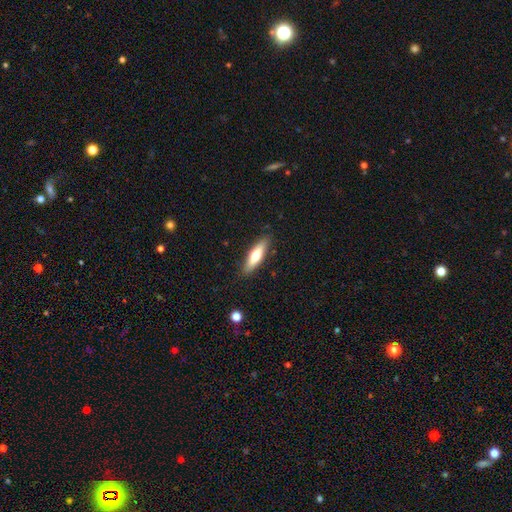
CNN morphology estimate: Smooth or featured?
  - smooth: 58% *
  - featured or disk: 37%
  - star or artifact: 6%
How rounded?
  - cigar-shaped: 67% *
  - in between: 32%
  - round: 2%
Merging?
  - none: 88% *
  - minor disturbance: 9%
  - major disturbance: 2%
  - merger: 1%